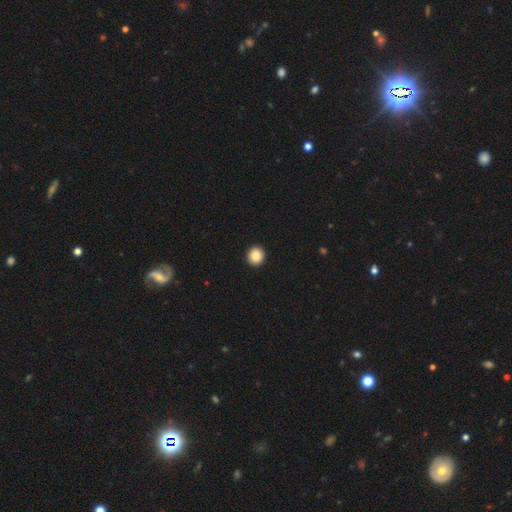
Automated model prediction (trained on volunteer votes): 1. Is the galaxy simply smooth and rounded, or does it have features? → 88% smooth, 8% star or artifact, 4% featured or disk.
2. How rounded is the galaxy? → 90% round, 9% in between, 1% cigar-shaped.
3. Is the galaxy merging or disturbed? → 94% none, 4% minor disturbance, 1% major disturbance, 1% merger.